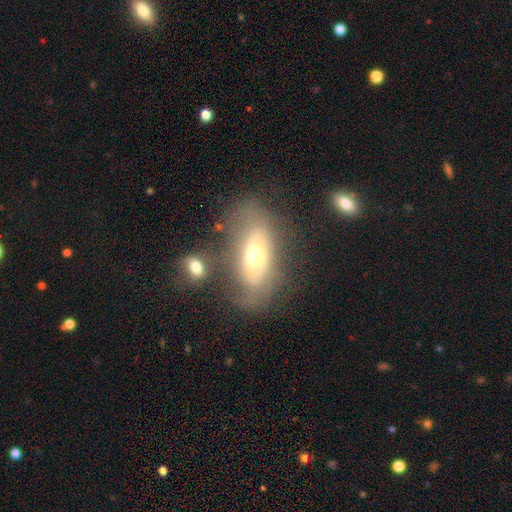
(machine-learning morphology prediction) Smooth or featured?
  - featured or disk: 47% *
  - smooth: 44%
  - star or artifact: 9%
Merging?
  - none: 52% *
  - minor disturbance: 21%
  - major disturbance: 14%
  - merger: 13%